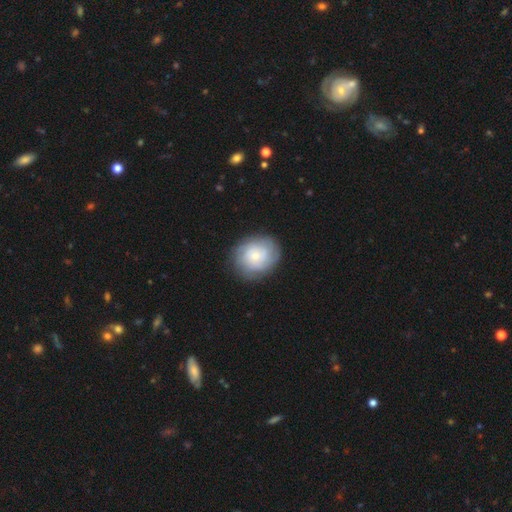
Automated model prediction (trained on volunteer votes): Morphology: type=smooth (48%); merging=none (80%).